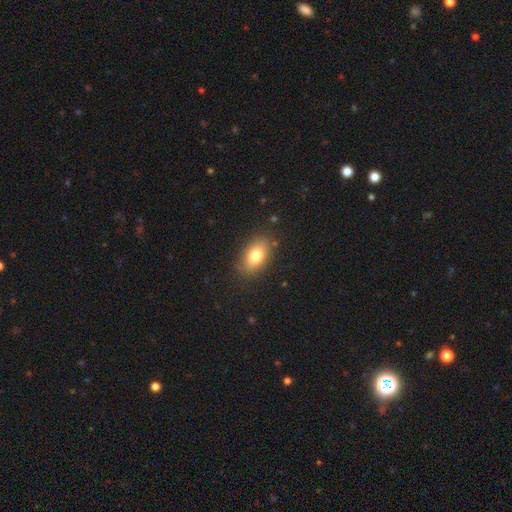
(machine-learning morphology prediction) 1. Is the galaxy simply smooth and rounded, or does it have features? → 77% smooth, 14% featured or disk, 9% star or artifact.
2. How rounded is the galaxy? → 88% in between, 10% round, 3% cigar-shaped.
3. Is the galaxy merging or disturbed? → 84% none, 11% minor disturbance, 3% major disturbance, 1% merger.